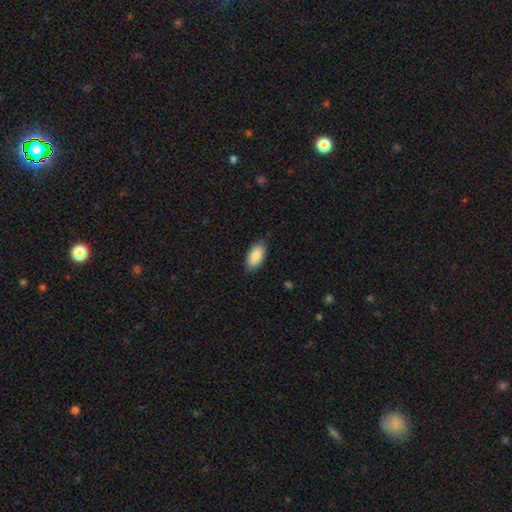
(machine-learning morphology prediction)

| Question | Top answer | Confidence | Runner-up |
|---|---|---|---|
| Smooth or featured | smooth | 87% | featured or disk (7%) |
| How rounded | in between | 93% | cigar-shaped (5%) |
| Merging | none | 84% | minor disturbance (13%) |